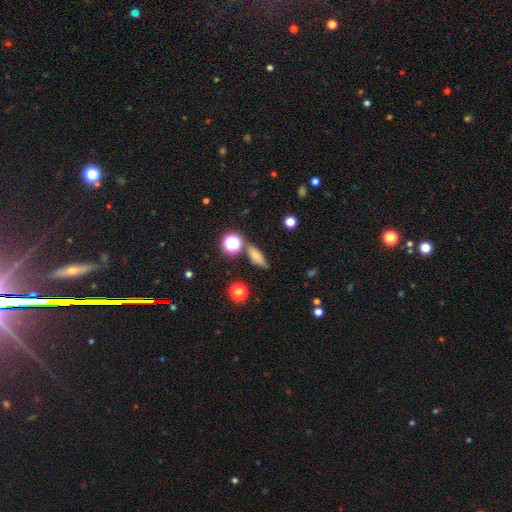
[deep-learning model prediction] Smooth or featured?
  - smooth: 74% *
  - star or artifact: 15%
  - featured or disk: 11%
How rounded?
  - in between: 57% *
  - cigar-shaped: 30%
  - round: 13%
Merging?
  - none: 71% *
  - minor disturbance: 16%
  - merger: 8%
  - major disturbance: 5%